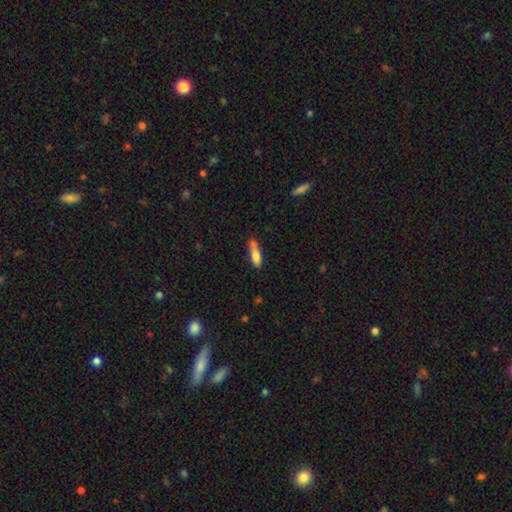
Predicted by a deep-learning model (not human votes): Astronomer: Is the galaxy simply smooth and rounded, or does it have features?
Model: smooth — 79%.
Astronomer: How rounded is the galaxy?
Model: cigar-shaped — 49%, tied with in between at 49%.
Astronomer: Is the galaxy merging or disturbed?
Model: none — 45% (runner-up: merger, 24%).